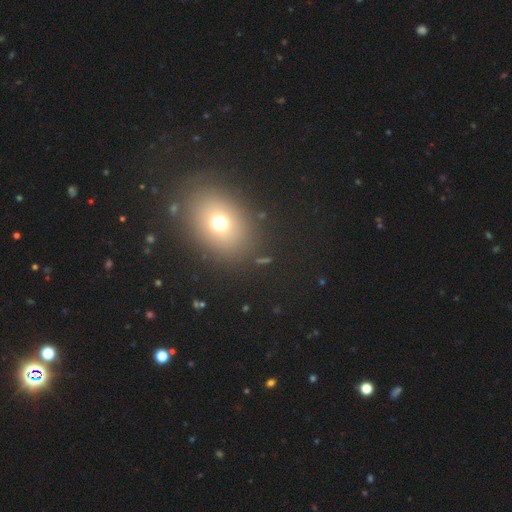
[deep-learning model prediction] A smooth galaxy with no disk features (64%) that is in between round and cigar-shaped (59%). Merging: none (87%).